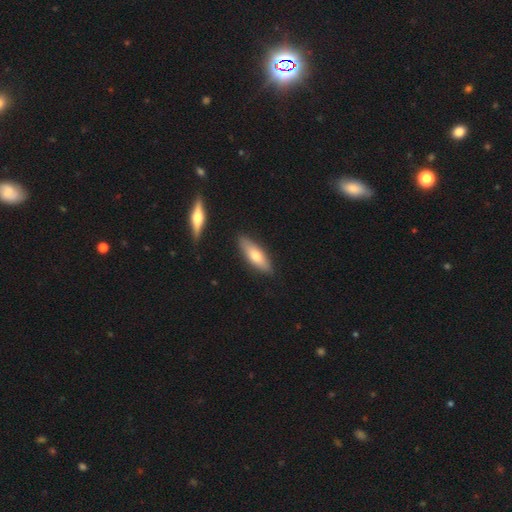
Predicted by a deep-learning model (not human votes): Smooth or featured? Predicted: smooth (p=0.64). How rounded? Predicted: cigar-shaped (p=0.49, tied with in between). Merging? Predicted: none (p=0.86).